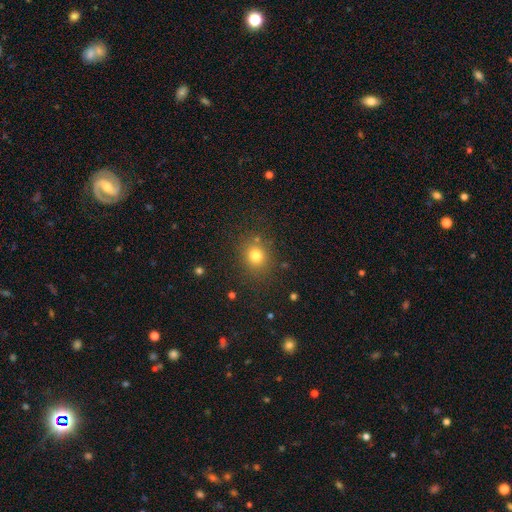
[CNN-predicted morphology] smooth-or-featured: smooth: 78% | star or artifact: 15% | featured or disk: 7%
  how-rounded: round: 73% | in between: 26% | cigar-shaped: 1%
  merging: none: 82% | minor disturbance: 10% | major disturbance: 4% | merger: 3%